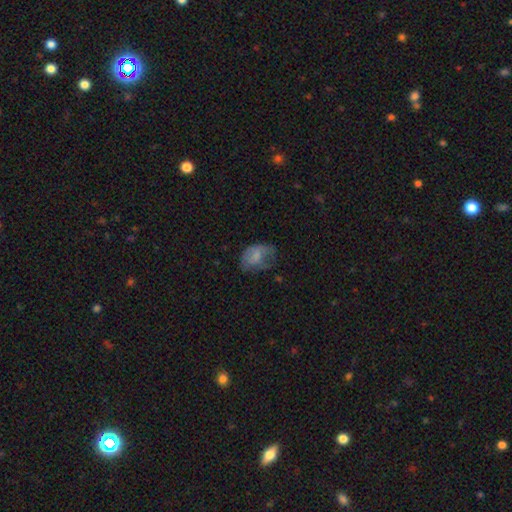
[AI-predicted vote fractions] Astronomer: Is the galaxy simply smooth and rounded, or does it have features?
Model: smooth — 64%.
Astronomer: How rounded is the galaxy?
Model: in between — 78%.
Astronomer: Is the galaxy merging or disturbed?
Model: none — 38% (runner-up: minor disturbance, 33%).